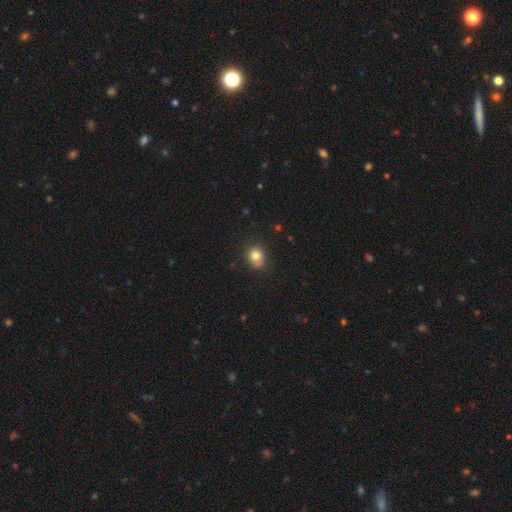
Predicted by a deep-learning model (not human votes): A smooth galaxy with no disk features (79%) that is round (68%).

Vote fractions:
- Smooth or featured? smooth: 79% / star or artifact: 11% / featured or disk: 10%
- How rounded? round: 68% / in between: 32% / cigar-shaped: 1%
- Merging? none: 65% / minor disturbance: 24% / major disturbance: 6% / merger: 5%